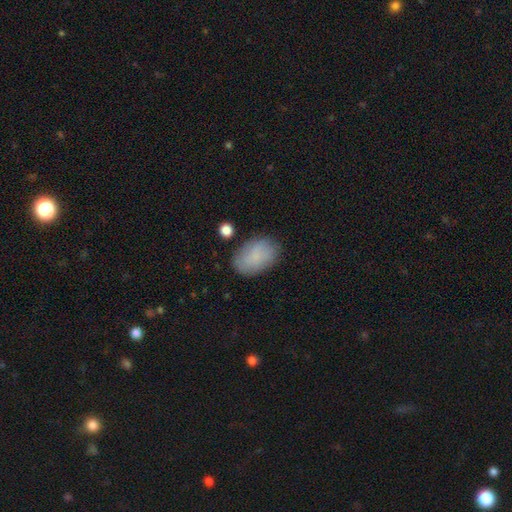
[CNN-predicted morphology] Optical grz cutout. It shows a smooth galaxy with no disk features (78%) that is in between round and cigar-shaped (88%). Merging: none (77%).